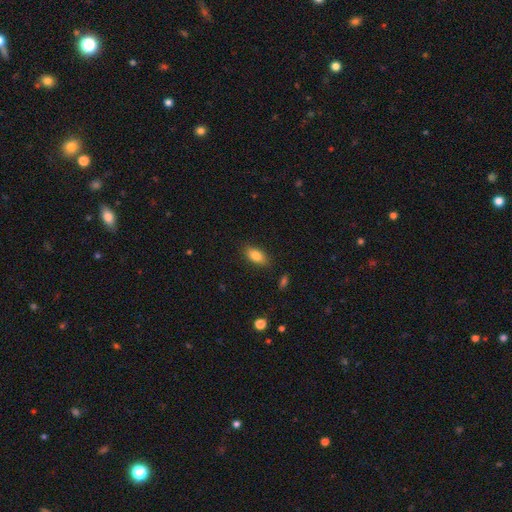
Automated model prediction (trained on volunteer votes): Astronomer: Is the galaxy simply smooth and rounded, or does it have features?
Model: smooth — 83%.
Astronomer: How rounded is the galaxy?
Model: in between — 87%.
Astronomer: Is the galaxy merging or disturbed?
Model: none — 86%.